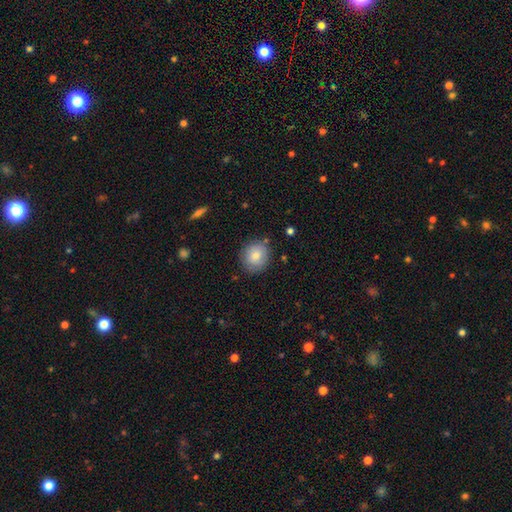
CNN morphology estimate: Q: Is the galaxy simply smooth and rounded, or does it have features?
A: smooth — 80%.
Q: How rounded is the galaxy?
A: round — 81%.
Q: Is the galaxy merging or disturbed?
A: none — 82%.